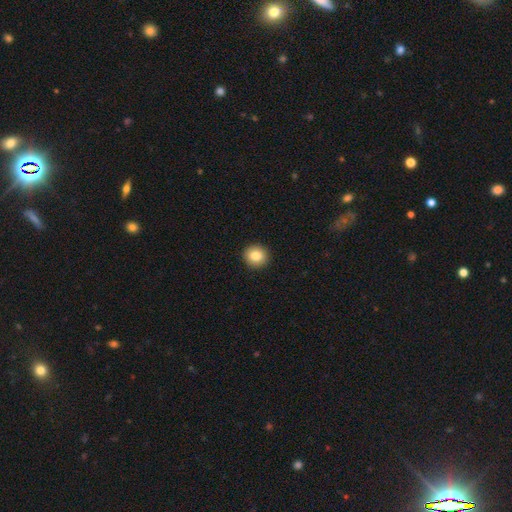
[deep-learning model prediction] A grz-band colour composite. It shows a smooth galaxy with no disk features (84%) that is round (91%). Merging: none (93%).